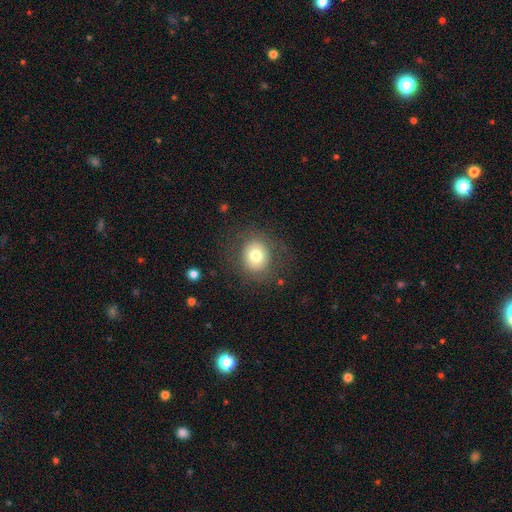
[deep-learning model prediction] A smooth galaxy with no disk features (74%) that is round (76%).

Vote fractions:
- Smooth or featured? smooth: 74% / featured or disk: 15% / star or artifact: 11%
- How rounded? round: 76% / in between: 23% / cigar-shaped: 1%
- Merging? none: 80% / minor disturbance: 12% / major disturbance: 7% / merger: 1%